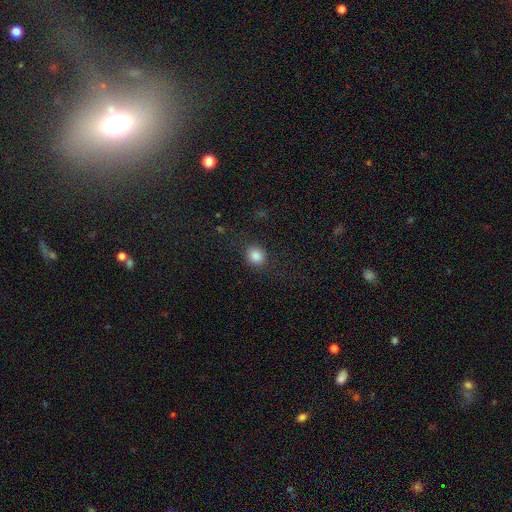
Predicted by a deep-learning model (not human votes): The model was most divided on "how rounded": round: 75%, in between: 23%, cigar-shaped: 1%. More confident: smooth or featured — smooth (85%); merging — none (84%).